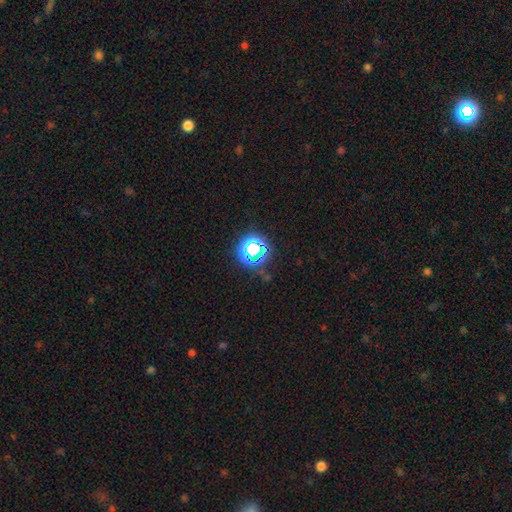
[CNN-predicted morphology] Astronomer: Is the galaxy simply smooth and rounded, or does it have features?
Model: star or artifact — 75%.